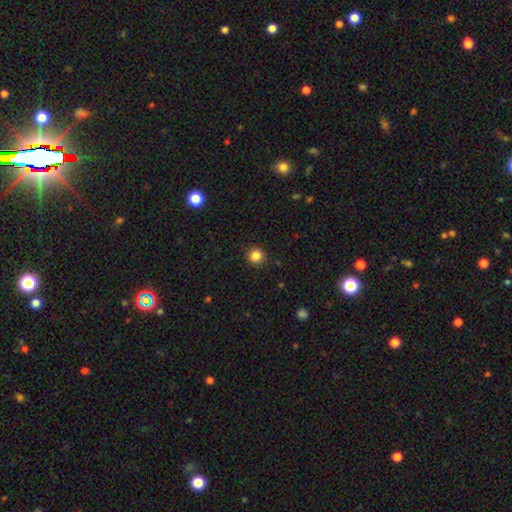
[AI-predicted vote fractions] Smooth or featured: smooth — 84% (star or artifact — 12%)
How rounded: round — 94% (in between — 5%)
Merging: none — 91% (minor disturbance — 6%)